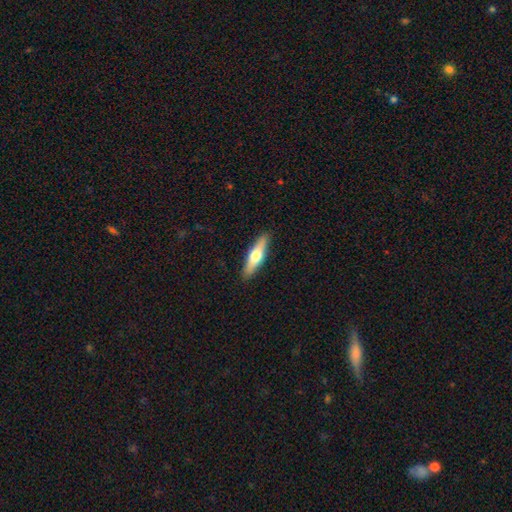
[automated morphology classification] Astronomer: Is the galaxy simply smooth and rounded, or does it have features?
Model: smooth — 49% (runner-up: featured or disk, 46%).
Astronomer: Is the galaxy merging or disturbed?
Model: none — 90%.